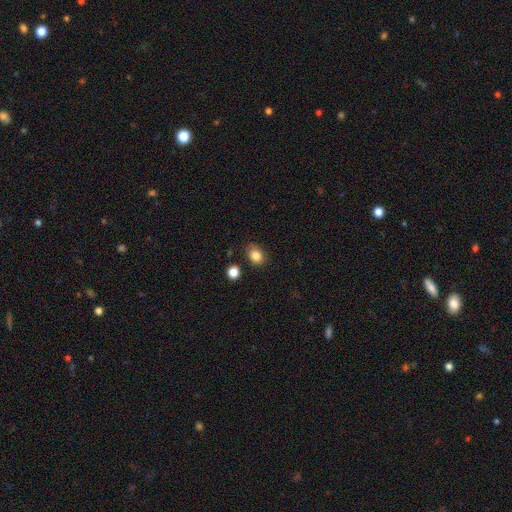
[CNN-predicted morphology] The model was most divided on "how rounded": in between: 59%, round: 40%, cigar-shaped: 1%. More confident: smooth or featured — smooth (83%); merging — none (73%).